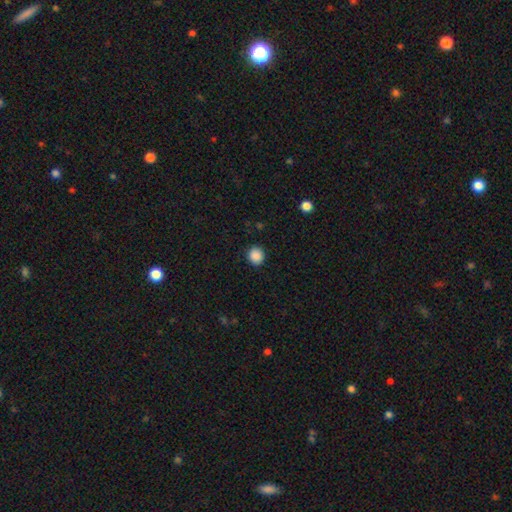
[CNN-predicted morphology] The model was most divided on "how rounded": round: 84%, in between: 15%, cigar-shaped: 1%. More confident: merging — none (91%); smooth or featured — smooth (88%).